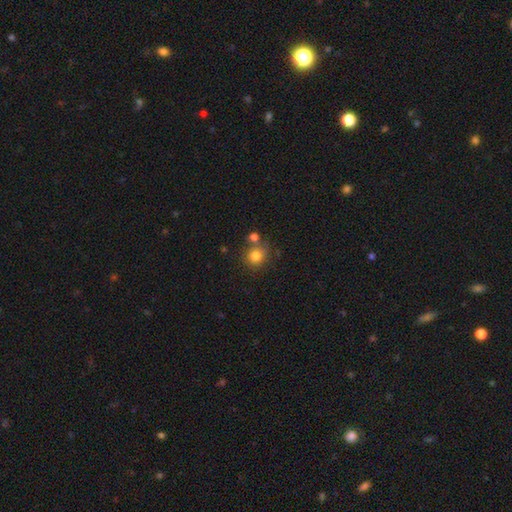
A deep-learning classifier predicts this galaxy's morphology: Smooth or featured?
  - smooth: 81% *
  - star or artifact: 11%
  - featured or disk: 8%
How rounded?
  - round: 86% *
  - in between: 13%
  - cigar-shaped: 1%
Merging?
  - none: 63% *
  - merger: 21%
  - minor disturbance: 12%
  - major disturbance: 4%